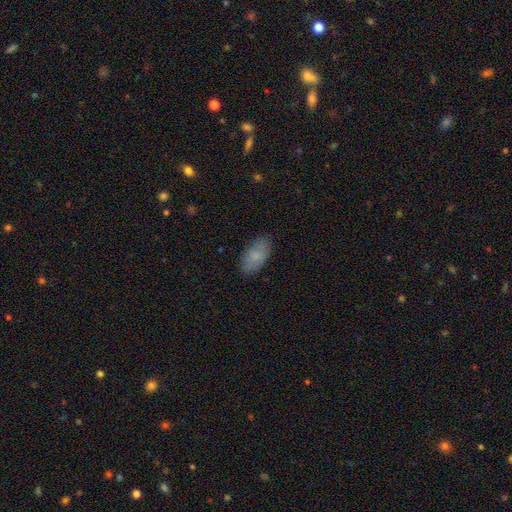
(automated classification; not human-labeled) The model was most divided on "merging": none: 85%, minor disturbance: 12%, major disturbance: 3%, merger: 1%. More confident: how rounded — in between (94%); smooth or featured — smooth (84%).